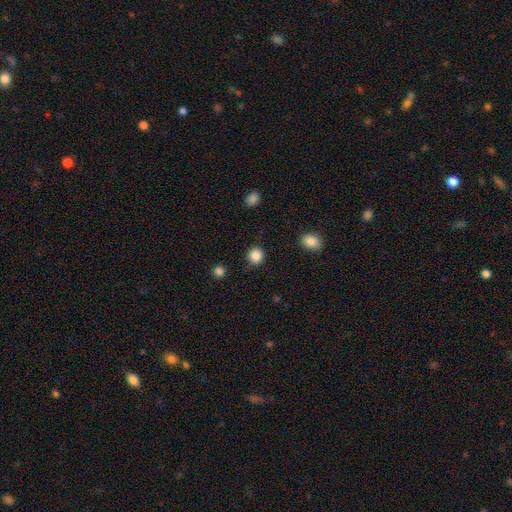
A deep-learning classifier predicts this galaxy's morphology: smooth 87%, star or artifact 10%, featured or disk 3%. Down the decision tree: how rounded — round (90%); merging — none (88%).